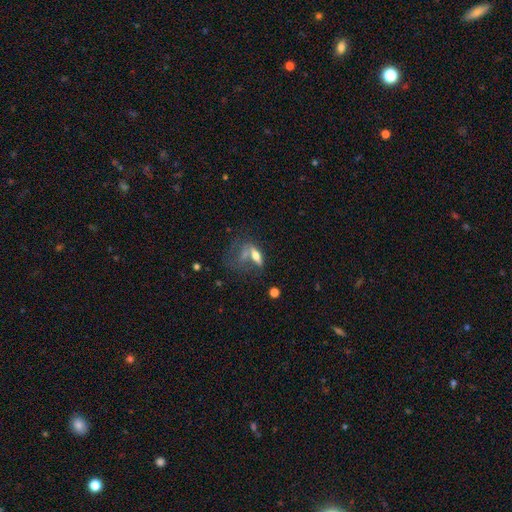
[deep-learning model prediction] Smooth or featured?
  - smooth: 52% *
  - featured or disk: 37%
  - star or artifact: 11%
How rounded?
  - in between: 55% *
  - cigar-shaped: 37%
  - round: 8%
Merging?
  - major disturbance: 33% *
  - none: 27%
  - merger: 23%
  - minor disturbance: 17%